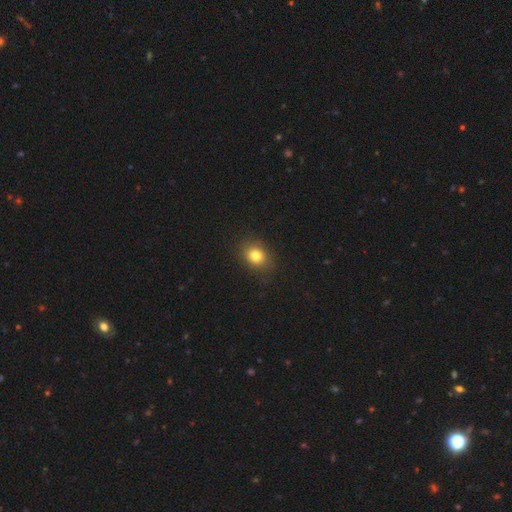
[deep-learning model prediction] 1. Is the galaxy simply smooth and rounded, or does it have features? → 80% smooth, 12% star or artifact, 8% featured or disk.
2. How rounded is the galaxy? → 56% round, 43% in between, 1% cigar-shaped.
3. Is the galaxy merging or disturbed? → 85% none, 11% minor disturbance, 3% major disturbance, 1% merger.